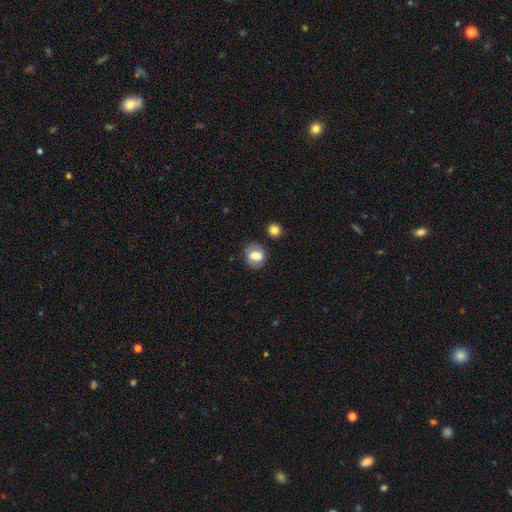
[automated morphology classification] type=smooth (73%); roundness=round (57%); merging=none (72%).